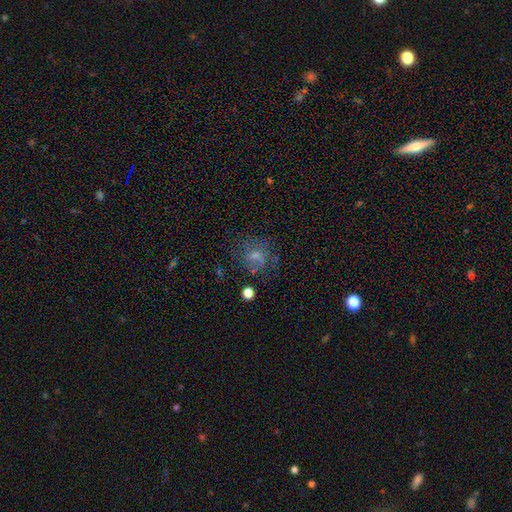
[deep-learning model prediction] A smooth galaxy with no disk features (45%). Merging: none (53%).